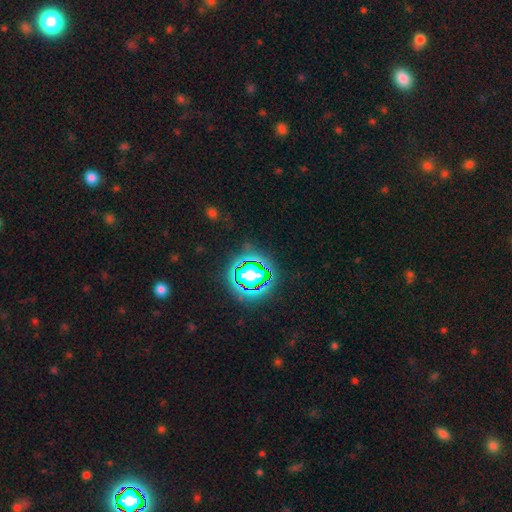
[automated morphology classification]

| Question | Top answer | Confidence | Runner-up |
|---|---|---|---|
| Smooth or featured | star or artifact | 80% | smooth (13%) |